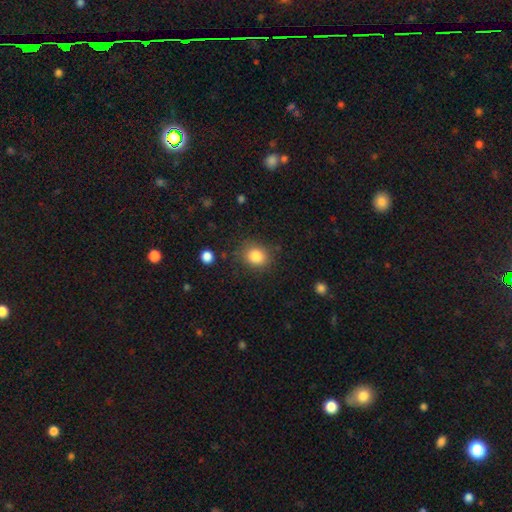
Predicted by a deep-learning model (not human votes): A smooth galaxy with no disk features (84%) that is round (70%). Merging: none (83%).